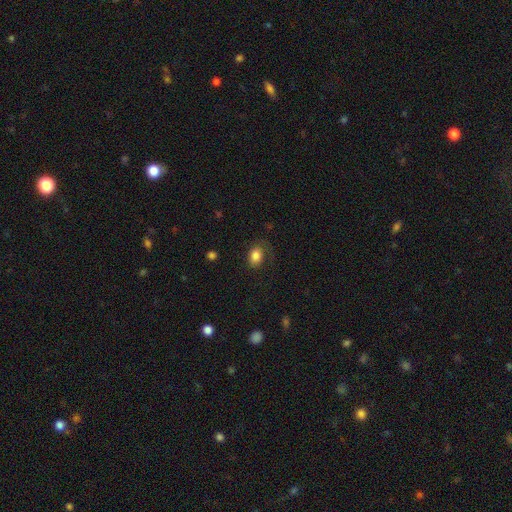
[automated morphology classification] Q: Smooth or featured?
A: smooth (82%); runner-up: featured or disk (9%)
Q: How rounded?
A: in between (67%); runner-up: round (32%)
Q: Merging?
A: none (64%); runner-up: minor disturbance (20%)